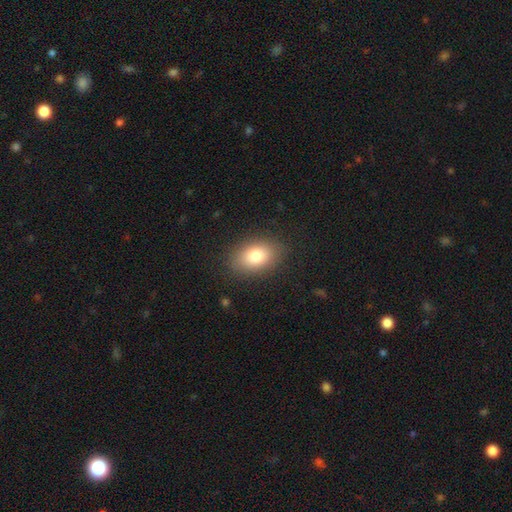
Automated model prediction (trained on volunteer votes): Overall: smooth (80%). How rounded: in between (82%). Merging: none (85%).